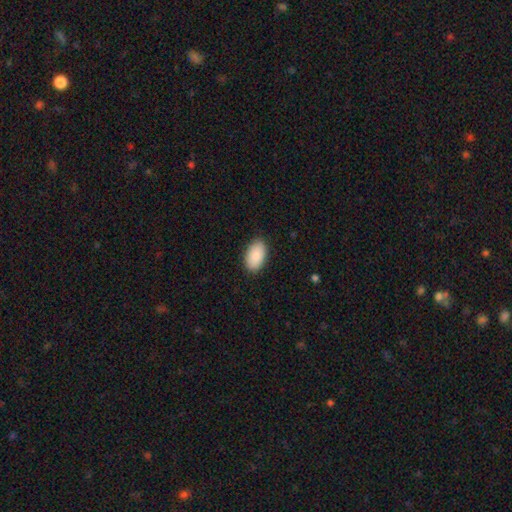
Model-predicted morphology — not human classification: type=smooth (89%); roundness=in between (95%); merging=none (87%).